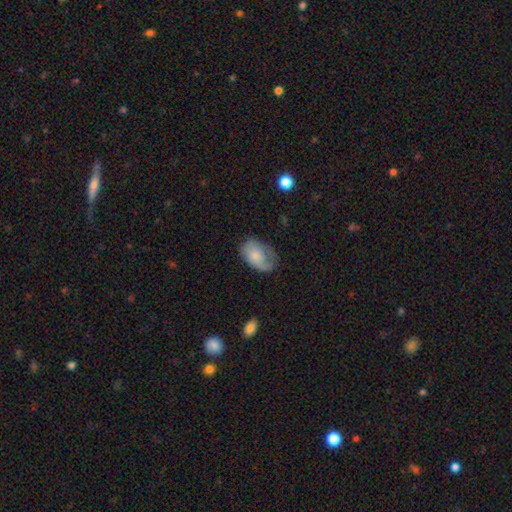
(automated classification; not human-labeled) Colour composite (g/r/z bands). It shows a smooth galaxy with no disk features (63%) that is in between round and cigar-shaped (88%). Merging: none (49%).